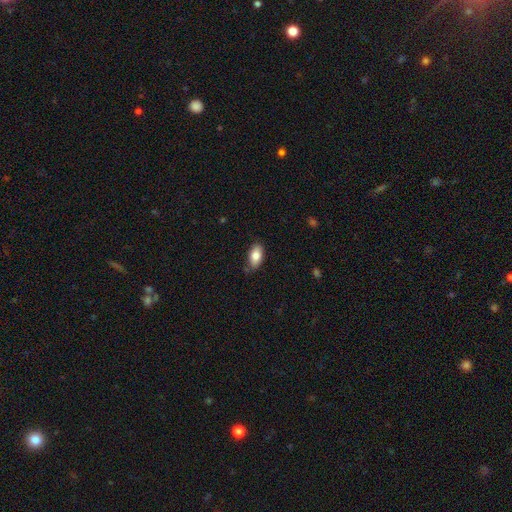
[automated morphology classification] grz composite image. It shows a smooth galaxy with no disk features (82%) that is in between round and cigar-shaped (92%). Merging: none (75%).